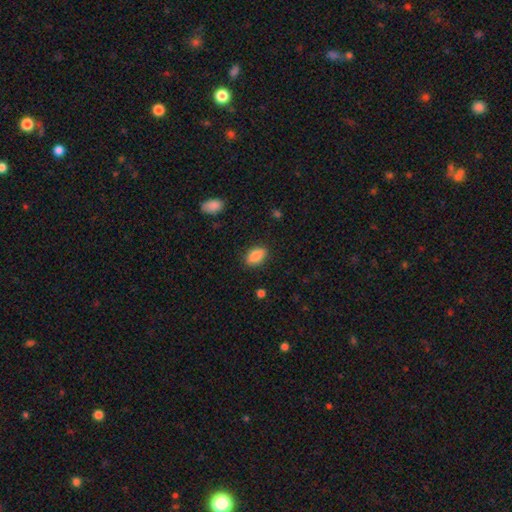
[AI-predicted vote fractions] Morphology: type=smooth (87%); roundness=in between (90%); merging=none (86%).